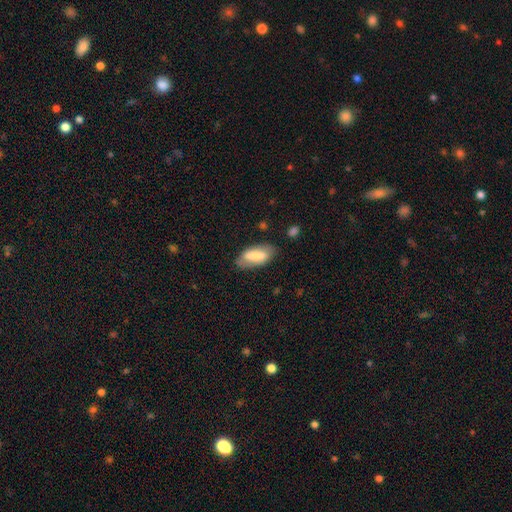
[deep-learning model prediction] A smooth galaxy with no disk features (67%) that is in between round and cigar-shaped (83%).

Vote fractions:
- Smooth or featured? smooth: 67% / featured or disk: 27% / star or artifact: 6%
- How rounded? in between: 83% / cigar-shaped: 15% / round: 2%
- Merging? none: 74% / minor disturbance: 19% / major disturbance: 5% / merger: 2%